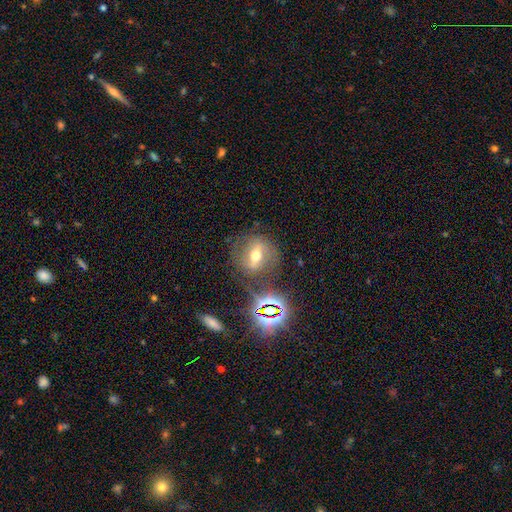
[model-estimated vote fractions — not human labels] This is possibly a featured or disk galaxy (52%). It is clearly not viewed edge-on (82%). Merging: likely none (73%).